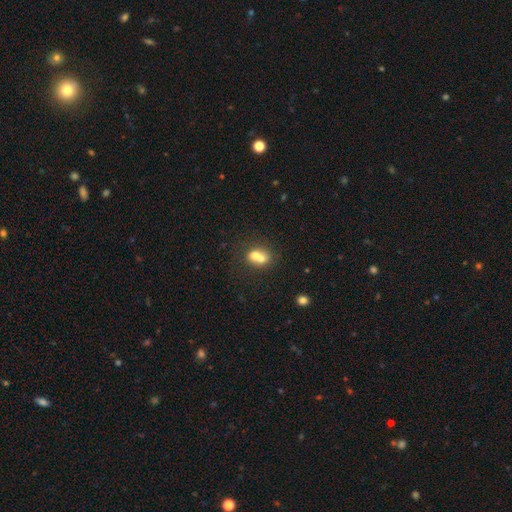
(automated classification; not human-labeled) A smooth galaxy with no disk features (66%) that is round (61%). Merging: merger (68%).